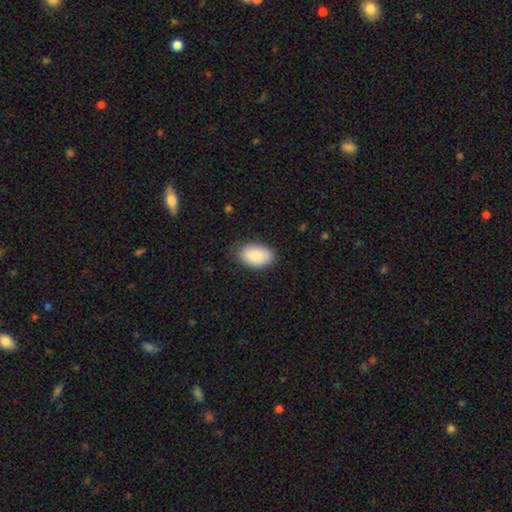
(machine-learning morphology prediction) Smooth or featured?
  - smooth: 84% *
  - featured or disk: 10%
  - star or artifact: 6%
How rounded?
  - in between: 91% *
  - round: 8%
  - cigar-shaped: 1%
Merging?
  - none: 80% *
  - minor disturbance: 16%
  - major disturbance: 3%
  - merger: 1%